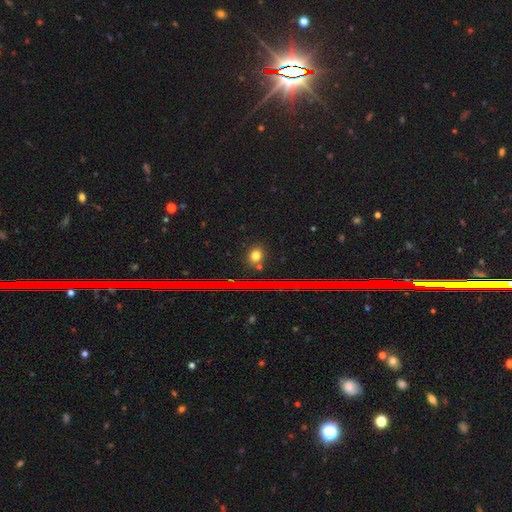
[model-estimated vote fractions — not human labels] Morphology: type=smooth (73%); roundness=round (59%); merging=none (88%).